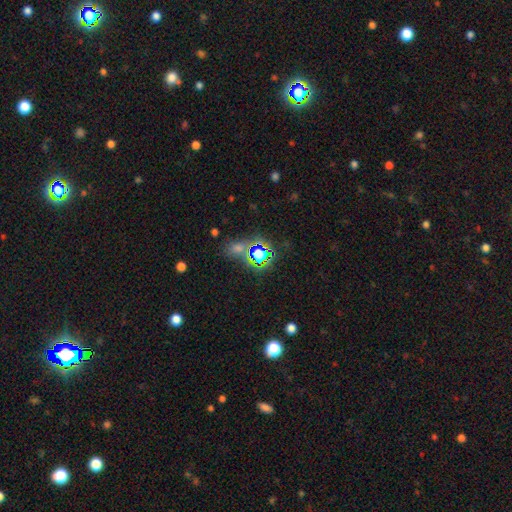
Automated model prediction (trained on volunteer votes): star or artifact 56%, smooth 34%, featured or disk 10%.